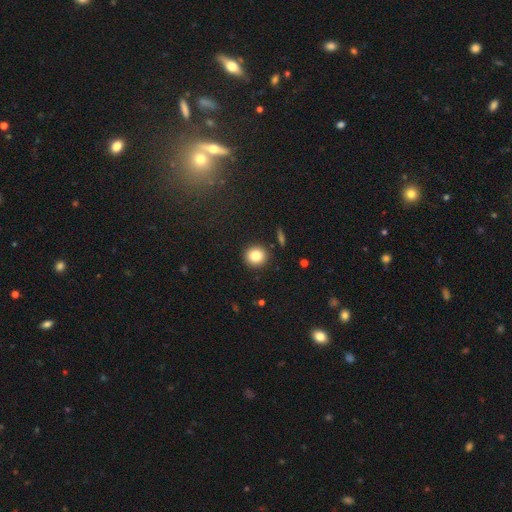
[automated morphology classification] Overall: smooth (84%). How rounded: round (89%). Merging: none (90%).